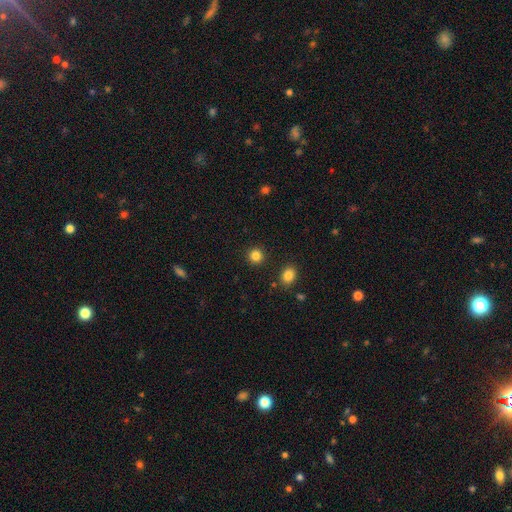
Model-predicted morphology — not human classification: A smooth galaxy with no disk features (84%) that is round (93%).

Vote fractions:
- Smooth or featured? smooth: 84% / star or artifact: 12% / featured or disk: 4%
- How rounded? round: 93% / in between: 6% / cigar-shaped: 1%
- Merging? none: 91% / minor disturbance: 5% / merger: 2% / major disturbance: 2%